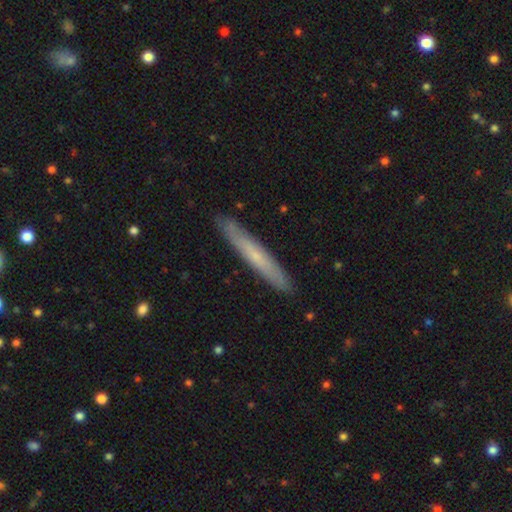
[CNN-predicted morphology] The model was most divided on "smooth or featured": smooth: 52%, featured or disk: 43%, star or artifact: 5%. More confident: how rounded — cigar-shaped (96%); merging — none (89%).